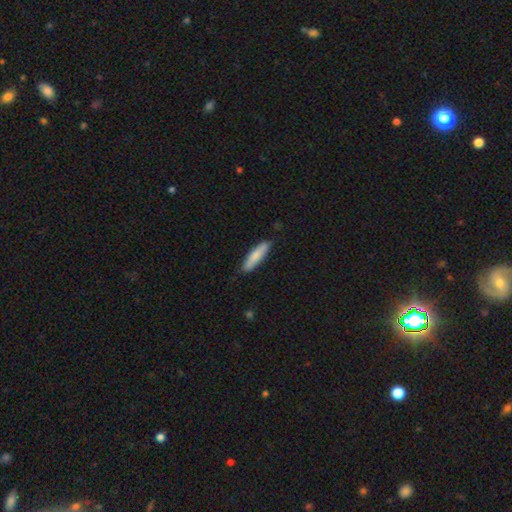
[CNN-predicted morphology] Smooth or featured: smooth — 78% (featured or disk — 16%)
How rounded: cigar-shaped — 78% (in between — 21%)
Merging: none — 86% (minor disturbance — 11%)